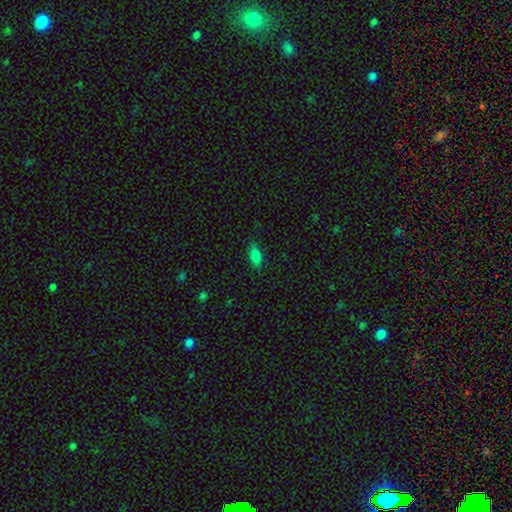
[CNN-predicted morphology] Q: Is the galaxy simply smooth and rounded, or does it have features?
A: smooth — 83%.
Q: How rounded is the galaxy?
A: in between — 83%.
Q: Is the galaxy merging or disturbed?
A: none — 83%.